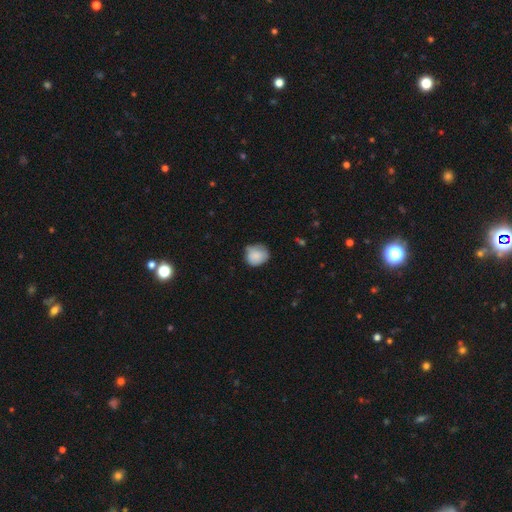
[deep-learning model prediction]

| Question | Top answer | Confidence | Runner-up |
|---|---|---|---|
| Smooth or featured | smooth | 85% | featured or disk (8%) |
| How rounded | round | 77% | in between (22%) |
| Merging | none | 65% | minor disturbance (28%) |